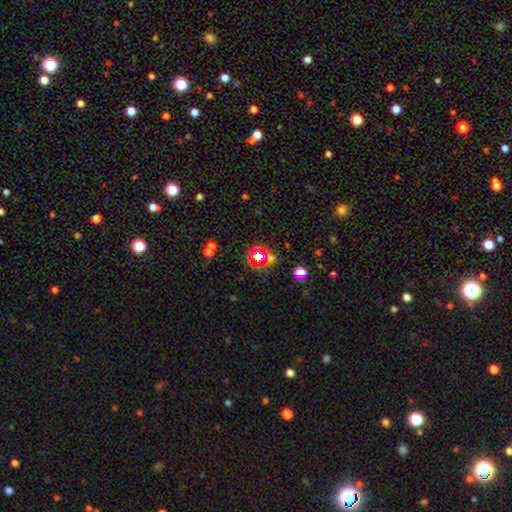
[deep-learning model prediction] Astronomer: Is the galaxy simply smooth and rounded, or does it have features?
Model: star or artifact — 60%.